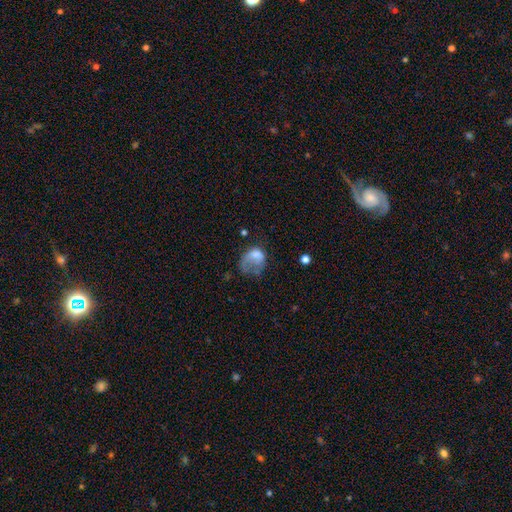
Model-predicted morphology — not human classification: smooth 56%, featured or disk 33%, star or artifact 10%. Down the decision tree: how rounded — in between (61%); merging — major disturbance (56%).